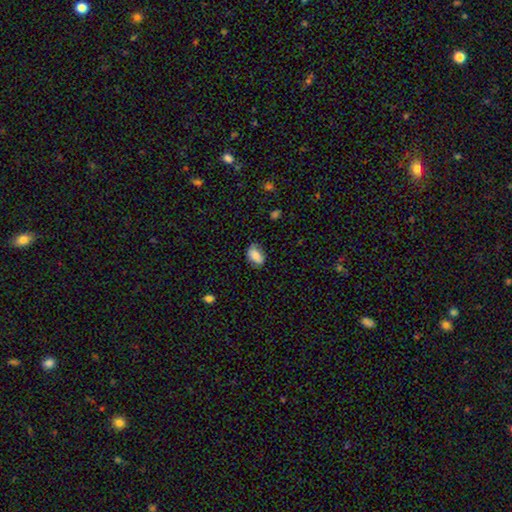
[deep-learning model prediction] The model was most divided on "merging": none: 73%, minor disturbance: 21%, major disturbance: 5%, merger: 1%. More confident: how rounded — in between (87%); smooth or featured — smooth (77%).